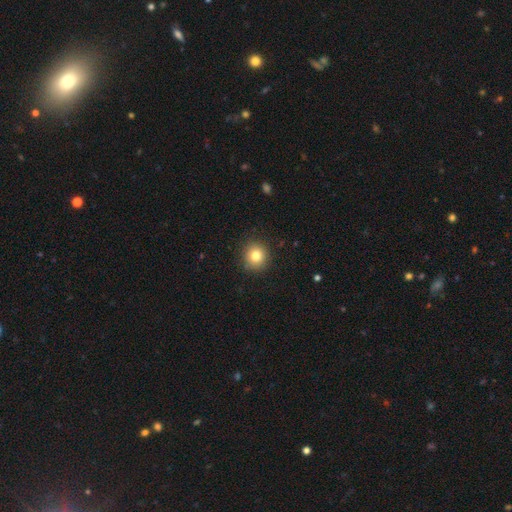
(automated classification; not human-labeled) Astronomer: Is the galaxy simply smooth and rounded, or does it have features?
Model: smooth — 81%.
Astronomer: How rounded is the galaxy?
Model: round — 91%.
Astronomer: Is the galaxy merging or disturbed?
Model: none — 91%.